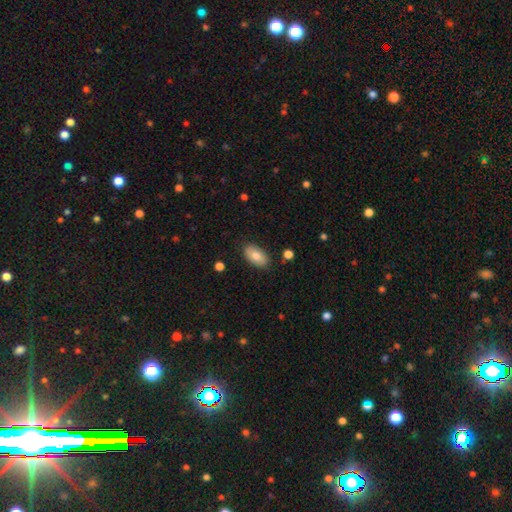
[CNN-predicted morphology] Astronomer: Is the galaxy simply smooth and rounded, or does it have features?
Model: smooth — 81%.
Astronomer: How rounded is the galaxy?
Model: in between — 94%.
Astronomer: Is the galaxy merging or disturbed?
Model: none — 85%.